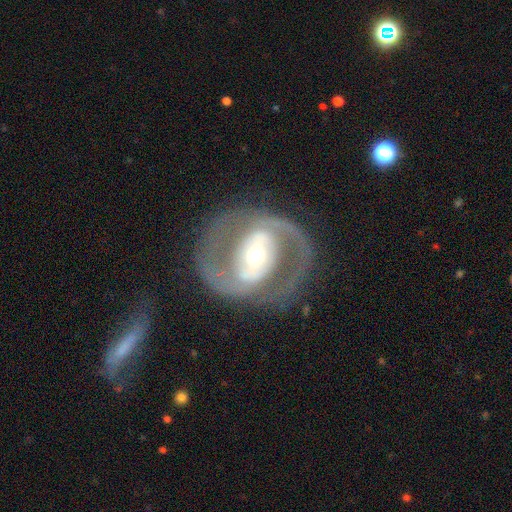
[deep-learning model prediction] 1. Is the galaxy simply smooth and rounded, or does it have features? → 83% featured or disk, 12% smooth, 5% star or artifact.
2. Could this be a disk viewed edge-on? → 96% no, 4% yes.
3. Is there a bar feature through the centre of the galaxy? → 39% strong, 33% weak, 29% no.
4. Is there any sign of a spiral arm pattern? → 76% yes, 24% no.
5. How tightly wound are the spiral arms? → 50% medium, 30% tight, 20% loose.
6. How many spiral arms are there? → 86% 2, 7% can't tell, 3% 1, 2% 3, 1% 4, 1% more than 4.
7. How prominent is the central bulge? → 64% moderate, 20% small, 14% large, 2% dominant, 1% none.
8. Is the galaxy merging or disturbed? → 77% none, 11% minor disturbance, 10% major disturbance, 1% merger.